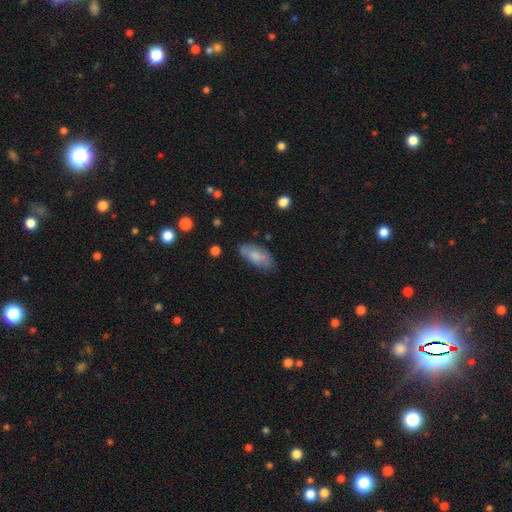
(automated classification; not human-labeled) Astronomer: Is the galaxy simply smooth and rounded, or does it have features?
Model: smooth — 74%.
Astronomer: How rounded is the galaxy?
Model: in between — 86%.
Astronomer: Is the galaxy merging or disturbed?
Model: none — 68%.